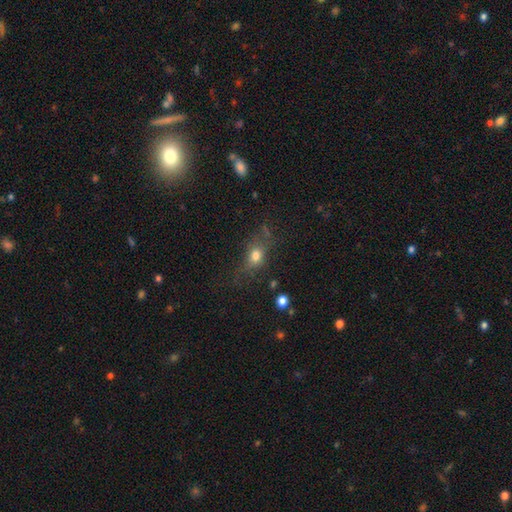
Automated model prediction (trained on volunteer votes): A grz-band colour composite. It shows a smooth galaxy with no disk features (72%) that is in between round and cigar-shaped (58%). Merging: none (59%).